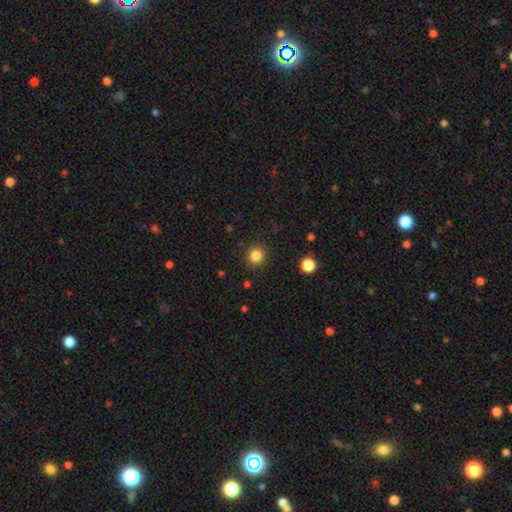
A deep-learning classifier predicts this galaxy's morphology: Smooth or featured? smooth (84%)
How rounded? round (91%)
Merging? none (89%)